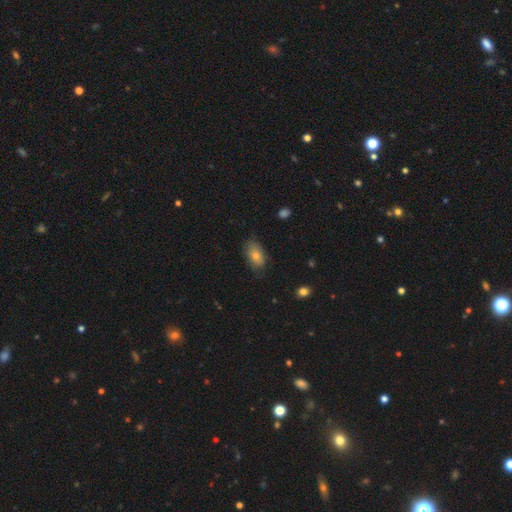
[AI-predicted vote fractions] smooth-or-featured: smooth: 71% | featured or disk: 19% | star or artifact: 10%
  how-rounded: in between: 89% | round: 9% | cigar-shaped: 3%
  merging: none: 73% | minor disturbance: 21% | major disturbance: 5% | merger: 1%